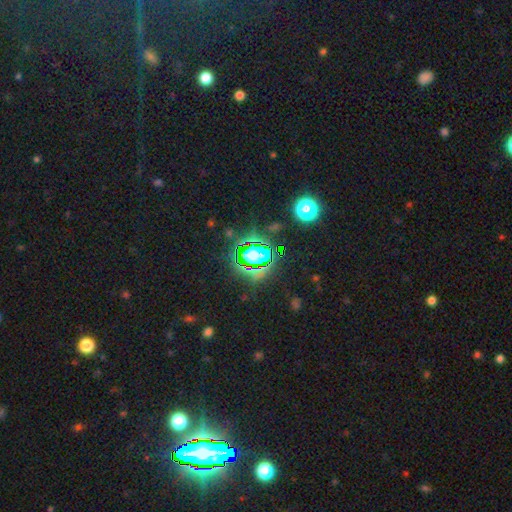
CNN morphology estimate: The model was most divided on "smooth or featured": star or artifact: 79%, smooth: 14%, featured or disk: 7%.